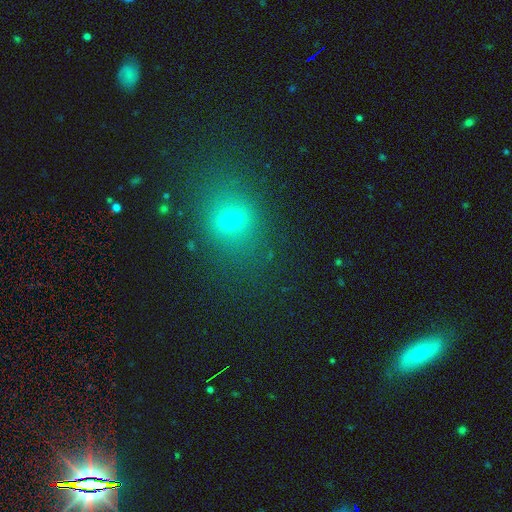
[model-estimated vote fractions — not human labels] smooth-or-featured: smooth: 55% | star or artifact: 34% | featured or disk: 11%
  how-rounded: round: 55% | in between: 42% | cigar-shaped: 2%
  merging: none: 84% | minor disturbance: 10% | major disturbance: 4% | merger: 3%